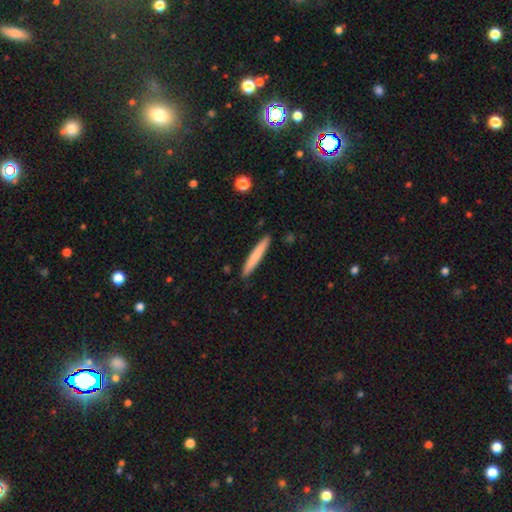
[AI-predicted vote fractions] Morphology: type=smooth (75%); roundness=cigar-shaped (96%); merging=none (90%).